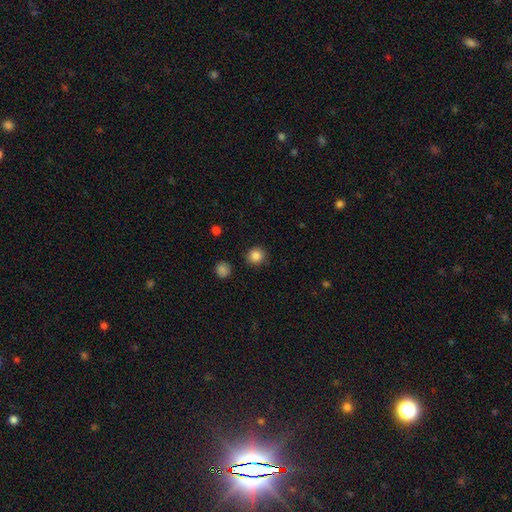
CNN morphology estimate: This appears to be a smooth galaxy with no disk features (85%) that is round (91%). Merging: none (90%).